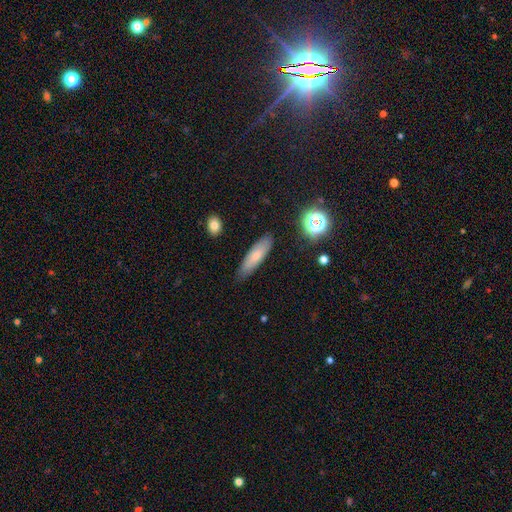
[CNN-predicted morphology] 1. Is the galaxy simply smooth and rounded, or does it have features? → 70% smooth, 22% featured or disk, 8% star or artifact.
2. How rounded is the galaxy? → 63% cigar-shaped, 34% in between, 2% round.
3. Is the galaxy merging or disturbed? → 82% none, 13% minor disturbance, 3% major disturbance, 2% merger.